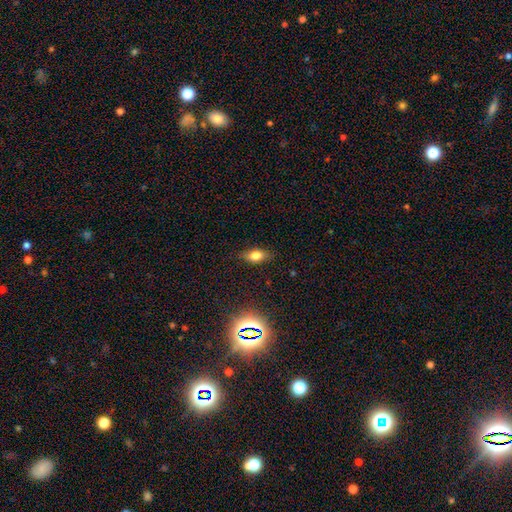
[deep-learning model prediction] A smooth galaxy with no disk features (72%) that is in between round and cigar-shaped (80%). Merging: none (83%).